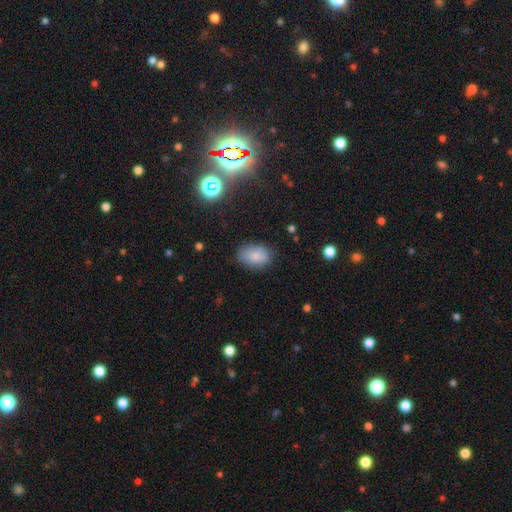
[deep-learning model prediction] Smooth or featured? smooth (81%)
How rounded? in between (83%)
Merging? none (77%)